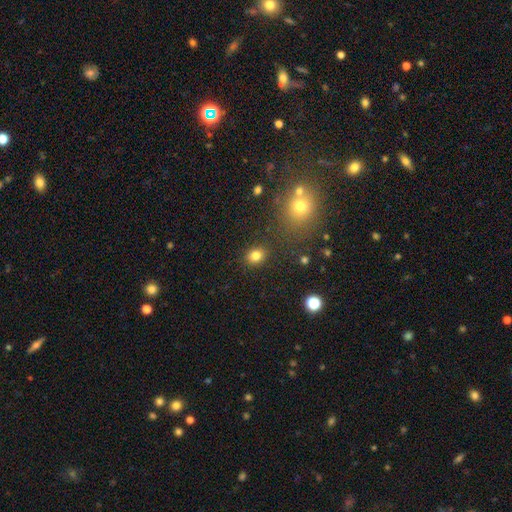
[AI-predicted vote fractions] smooth-or-featured: smooth: 81% | star or artifact: 12% | featured or disk: 7%
  how-rounded: round: 54% | in between: 45% | cigar-shaped: 1%
  merging: none: 85% | minor disturbance: 9% | merger: 3% | major disturbance: 3%